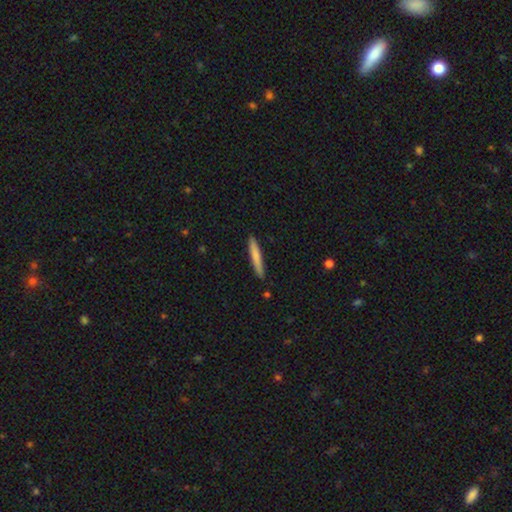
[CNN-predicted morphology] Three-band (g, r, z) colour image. It shows a smooth galaxy with no disk features (76%) that is cigar-shaped (95%). Merging: none (89%).